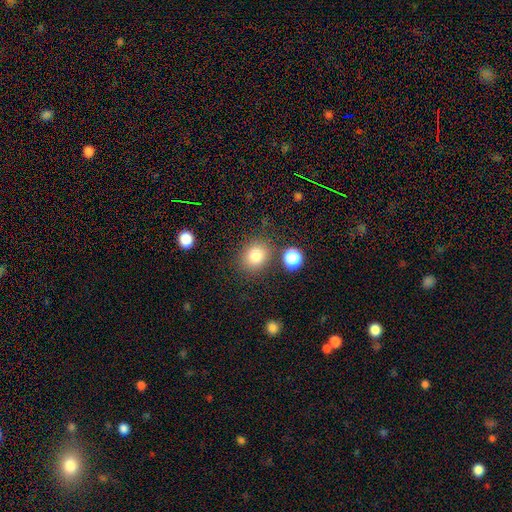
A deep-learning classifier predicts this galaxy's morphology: Overall: smooth (80%). How rounded: round (69%; in between 30%). Merging: none (80%).